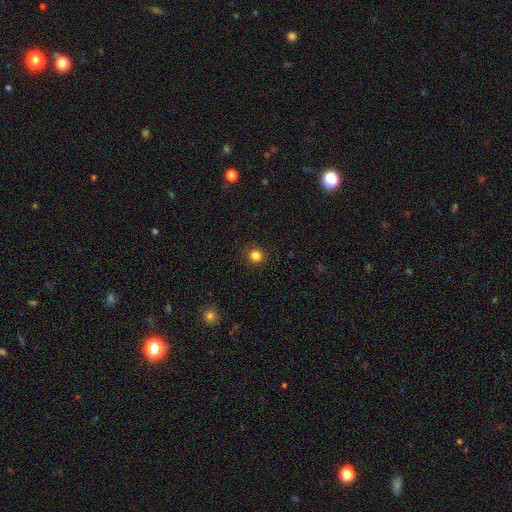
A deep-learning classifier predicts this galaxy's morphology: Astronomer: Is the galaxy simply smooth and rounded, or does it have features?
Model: smooth — 83%.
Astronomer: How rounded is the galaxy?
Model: round — 93%.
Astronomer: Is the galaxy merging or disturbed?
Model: none — 92%.